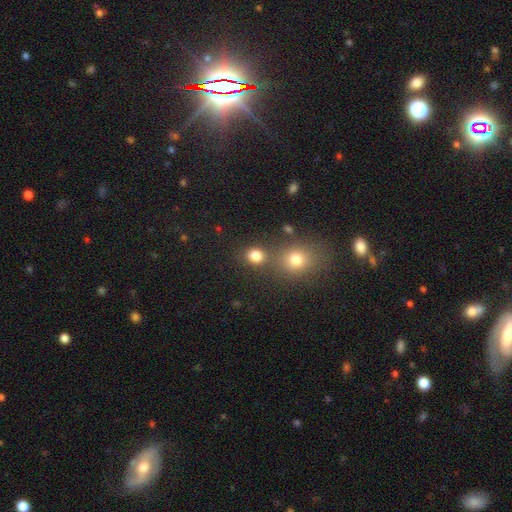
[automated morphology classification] Smooth or featured? Predicted: smooth (p=0.80). How rounded? Predicted: round (p=0.75). Merging? Predicted: none (p=0.69).